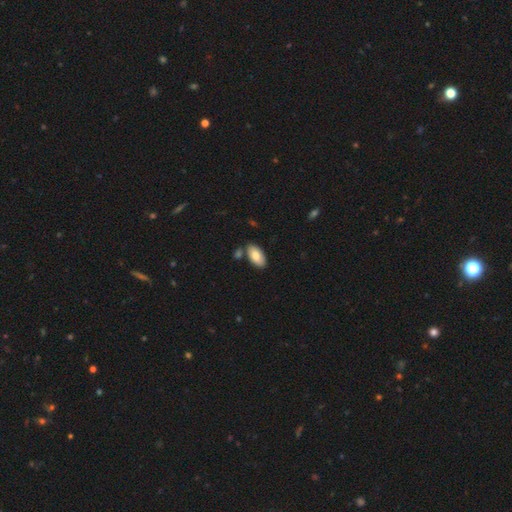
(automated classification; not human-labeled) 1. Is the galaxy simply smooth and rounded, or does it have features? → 82% smooth, 12% featured or disk, 6% star or artifact.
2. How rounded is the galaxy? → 95% in between, 3% cigar-shaped, 2% round.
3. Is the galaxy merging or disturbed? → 77% none, 12% minor disturbance, 9% merger, 2% major disturbance.